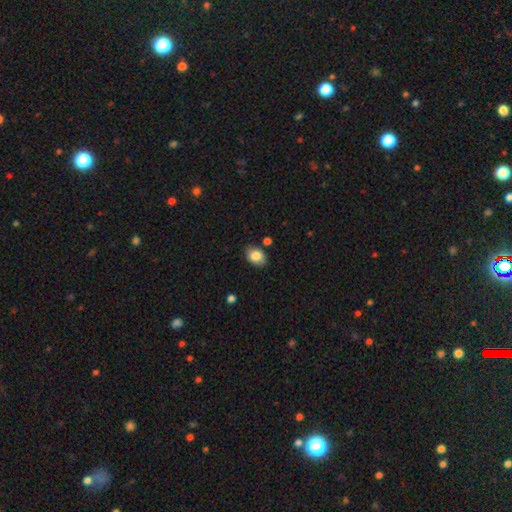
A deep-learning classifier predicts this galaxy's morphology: Smooth or featured?
  - smooth: 84% *
  - featured or disk: 9%
  - star or artifact: 8%
How rounded?
  - in between: 78% *
  - round: 21%
  - cigar-shaped: 1%
Merging?
  - none: 80% *
  - minor disturbance: 13%
  - merger: 4%
  - major disturbance: 3%